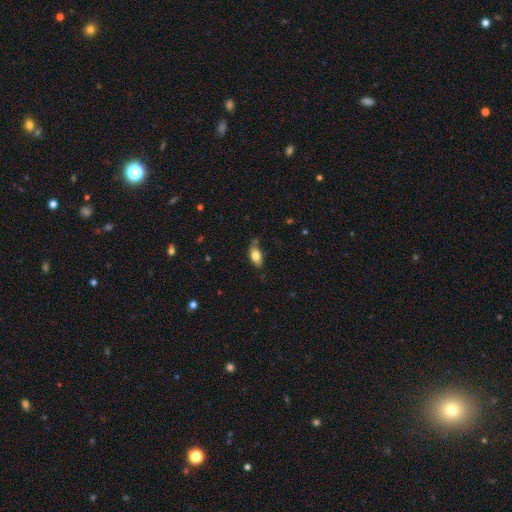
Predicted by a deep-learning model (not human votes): This is likely a smooth galaxy (77%). How rounded: clearly in between (88%). Merging: likely none (71%).